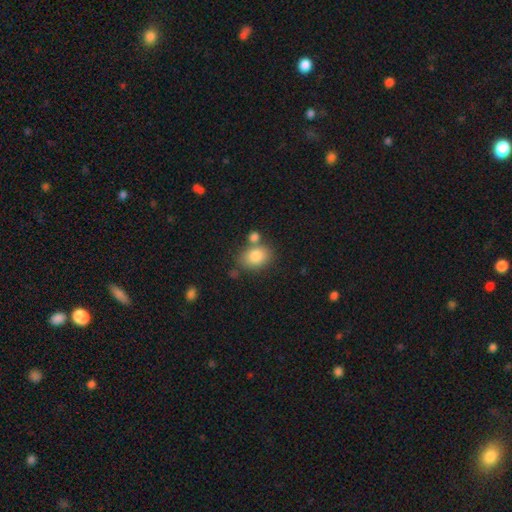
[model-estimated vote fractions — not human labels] This appears to be a smooth galaxy with no disk features (83%) that is in between round and cigar-shaped (67%). Merging: none (62%).